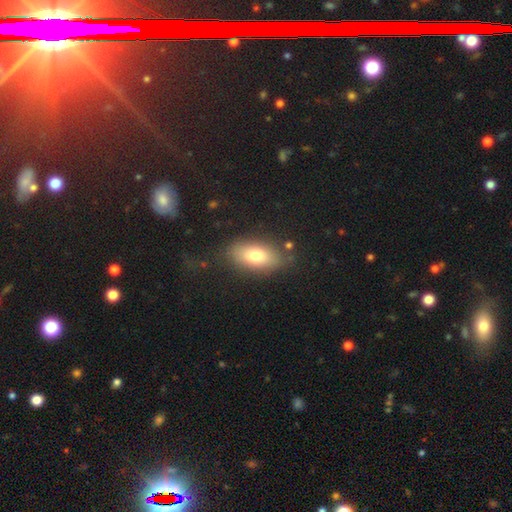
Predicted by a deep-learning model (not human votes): A smooth galaxy with no disk features (76%) that is in between round and cigar-shaped (87%).

Vote fractions:
- Smooth or featured? smooth: 76% / featured or disk: 16% / star or artifact: 8%
- How rounded? in between: 87% / round: 7% / cigar-shaped: 6%
- Merging? none: 79% / minor disturbance: 13% / major disturbance: 5% / merger: 3%